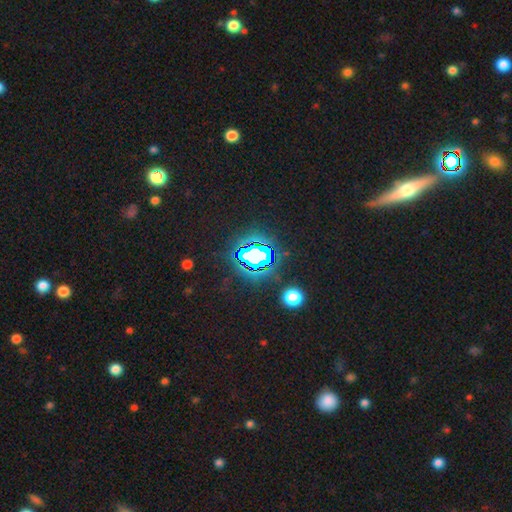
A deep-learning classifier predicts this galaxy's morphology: star or artifact 70%, smooth 17%, featured or disk 13%.